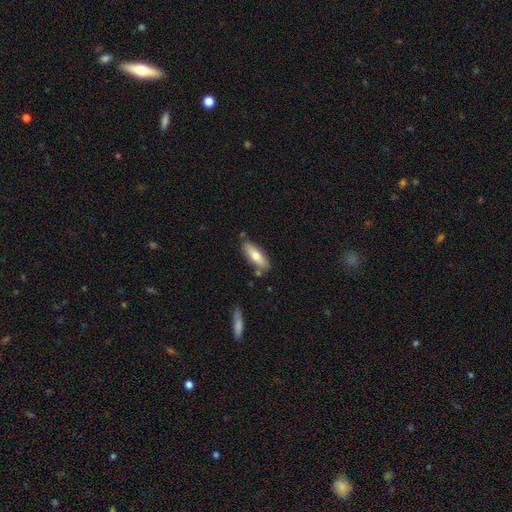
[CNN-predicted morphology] This appears to be a smooth galaxy with no disk features (67%) that is in between round and cigar-shaped (58%). Merging: none (78%).